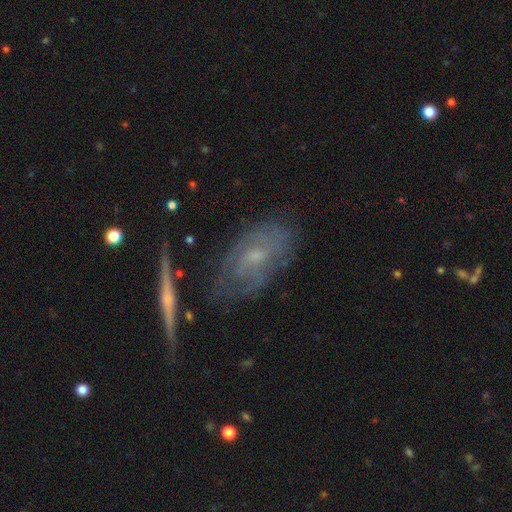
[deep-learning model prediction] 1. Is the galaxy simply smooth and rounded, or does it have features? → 63% featured or disk, 25% smooth, 12% star or artifact.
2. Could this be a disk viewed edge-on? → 83% no, 17% yes.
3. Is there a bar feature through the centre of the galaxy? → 59% no, 34% weak, 7% strong.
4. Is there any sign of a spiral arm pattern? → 66% yes, 34% no.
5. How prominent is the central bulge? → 64% small, 26% moderate, 7% none, 2% large, 1% dominant.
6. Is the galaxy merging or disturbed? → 66% none, 19% minor disturbance, 9% major disturbance, 6% merger.